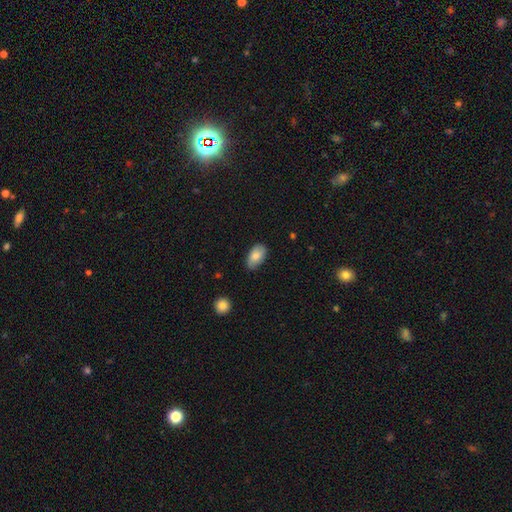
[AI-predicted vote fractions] A smooth galaxy with no disk features (80%) that is in between round and cigar-shaped (94%). Merging: none (80%).